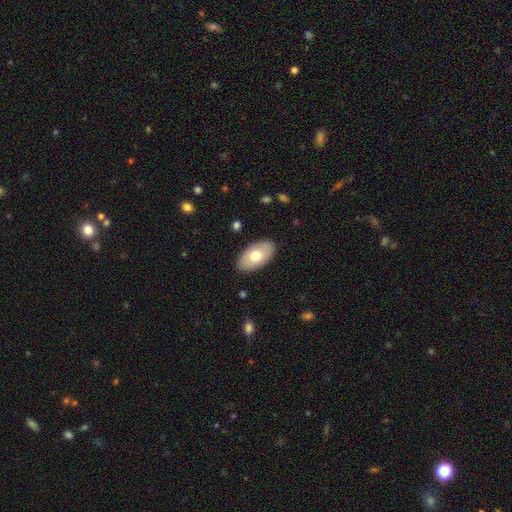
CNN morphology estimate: A smooth galaxy with no disk features (69%) that is in between round and cigar-shaped (95%).

Vote fractions:
- Smooth or featured? smooth: 69% / featured or disk: 26% / star or artifact: 5%
- How rounded? in between: 95% / round: 4% / cigar-shaped: 2%
- Merging? none: 87% / minor disturbance: 10% / major disturbance: 2% / merger: 1%